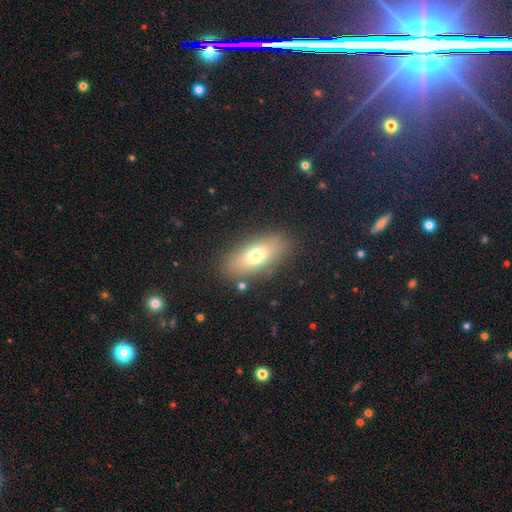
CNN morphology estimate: A smooth galaxy with no disk features (70%) that is in between round and cigar-shaped (79%).

Vote fractions:
- Smooth or featured? smooth: 70% / featured or disk: 21% / star or artifact: 9%
- How rounded? in between: 79% / cigar-shaped: 15% / round: 5%
- Merging? none: 84% / minor disturbance: 10% / major disturbance: 4% / merger: 2%